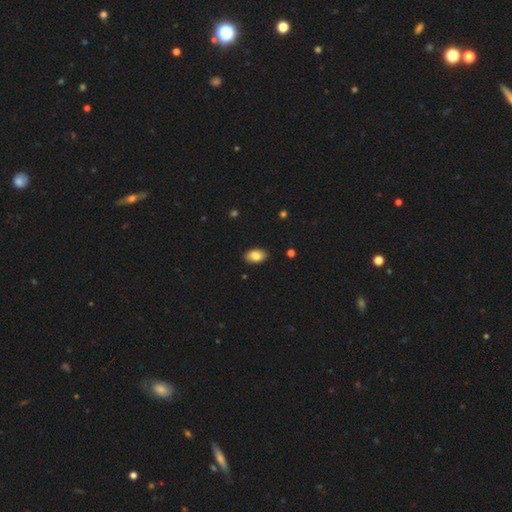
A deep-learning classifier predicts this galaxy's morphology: Overall: smooth (84%). How rounded: in between (91%). Merging: none (88%).